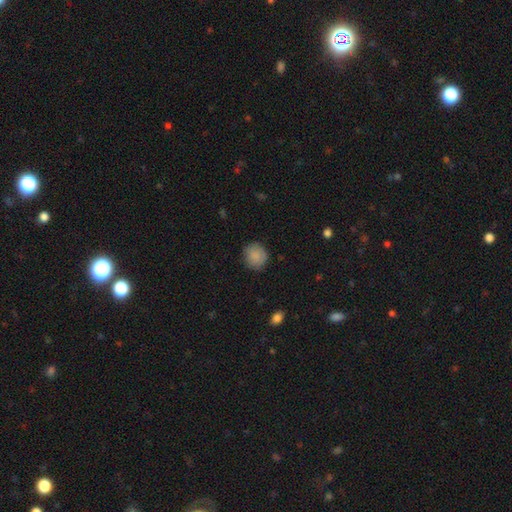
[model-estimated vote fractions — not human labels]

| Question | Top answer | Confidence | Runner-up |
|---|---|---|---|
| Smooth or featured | smooth | 88% | star or artifact (8%) |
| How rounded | round | 86% | in between (13%) |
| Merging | none | 84% | minor disturbance (13%) |